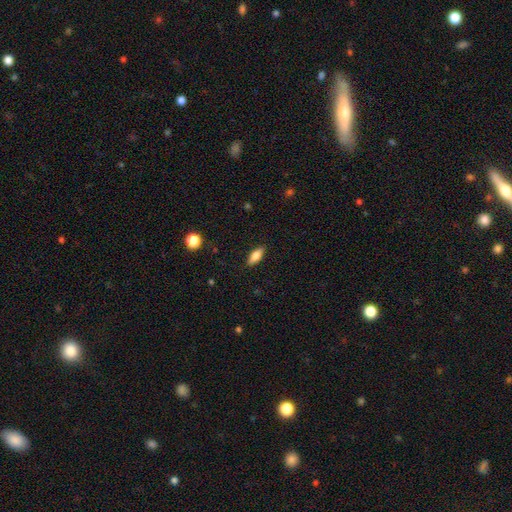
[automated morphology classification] smooth 76%, featured or disk 17%, star or artifact 7%. Down the decision tree: how rounded — in between (74%); merging — none (88%).